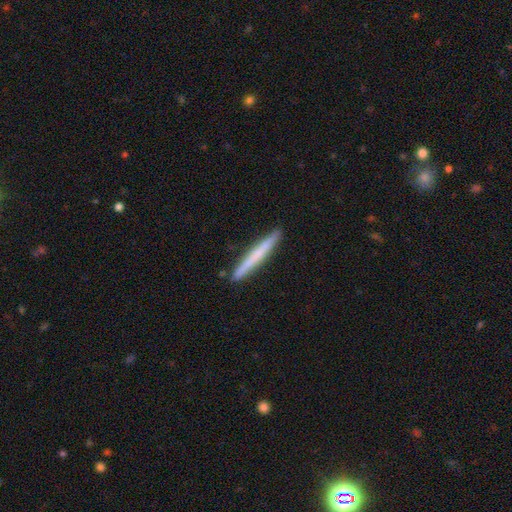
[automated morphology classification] This is possibly a smooth galaxy (57%). How rounded: clearly cigar-shaped (97%). Merging: clearly none (91%).